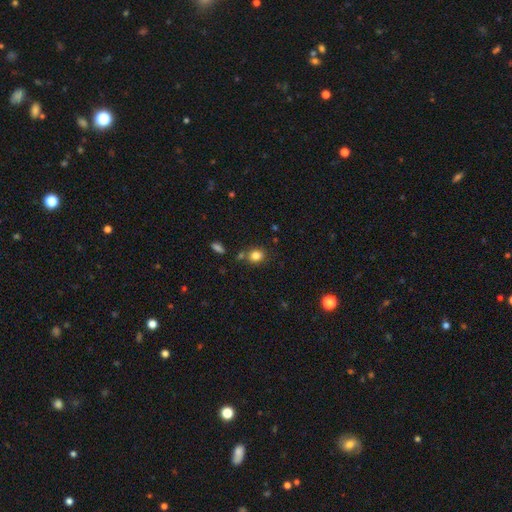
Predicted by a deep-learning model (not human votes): smooth 83%, star or artifact 11%, featured or disk 6%. Down the decision tree: how rounded — round (62%); merging — none (73%).